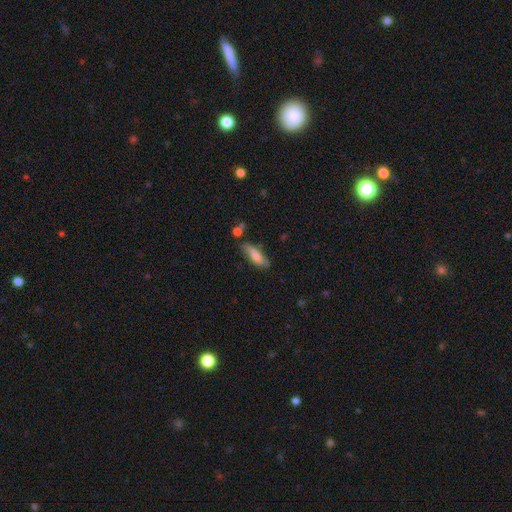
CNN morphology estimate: Q: Smooth or featured?
A: smooth (73%); runner-up: featured or disk (20%)
Q: How rounded?
A: in between (50%); runner-up: cigar-shaped (48%)
Q: Merging?
A: none (67%); runner-up: minor disturbance (22%)